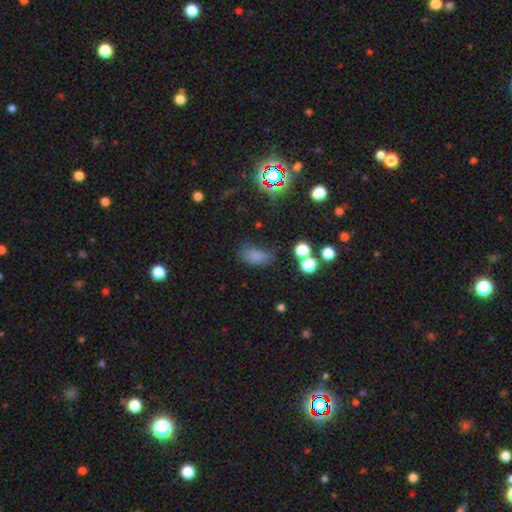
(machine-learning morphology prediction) type=smooth (73%); roundness=in between (85%); merging=none (59%).